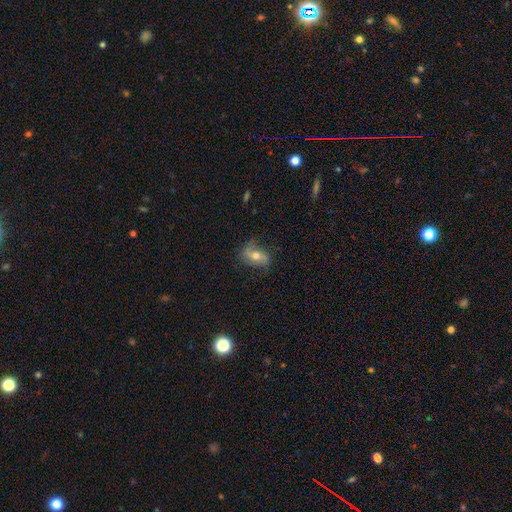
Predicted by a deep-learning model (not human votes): Overall: featured or disk (56%; smooth 36%). Edge-on disk: no (90%). Merging: none (69%).